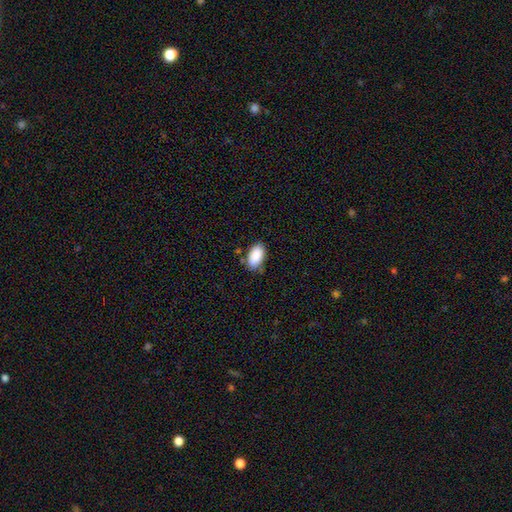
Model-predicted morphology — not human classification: type=smooth (89%); roundness=in between (95%); merging=none (76%).